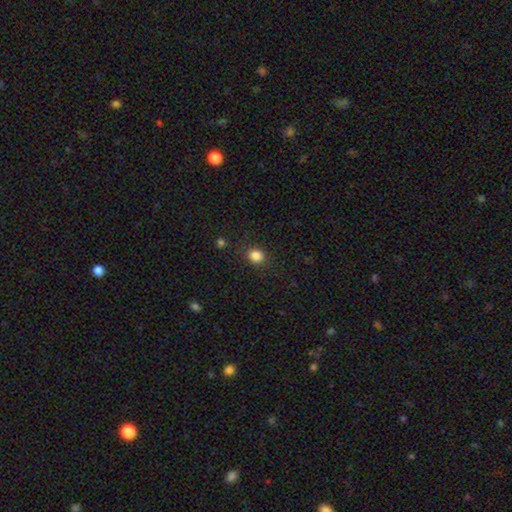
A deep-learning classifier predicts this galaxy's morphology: smooth-or-featured: smooth: 84% | star or artifact: 12% | featured or disk: 4%
  how-rounded: round: 76% | in between: 24% | cigar-shaped: 1%
  merging: none: 87% | minor disturbance: 8% | major disturbance: 3% | merger: 1%